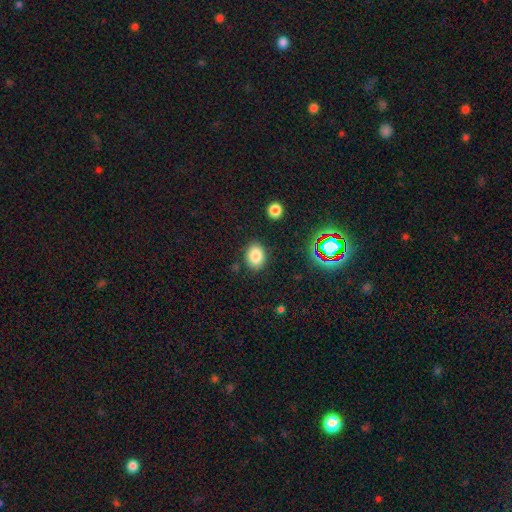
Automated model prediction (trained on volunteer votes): Smooth or featured: smooth — 83% (star or artifact — 11%)
How rounded: in between — 60% (round — 39%)
Merging: none — 85% (minor disturbance — 10%)